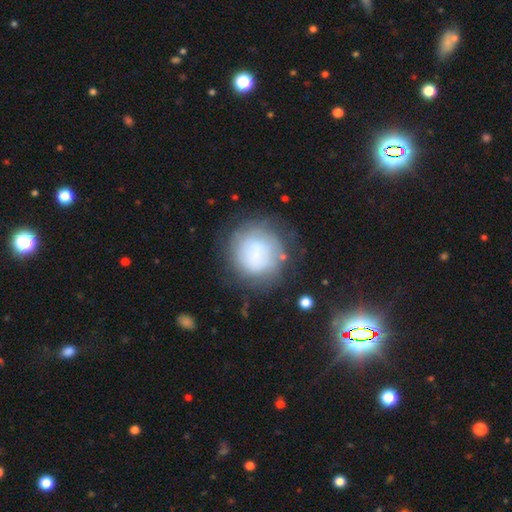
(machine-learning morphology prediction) smooth 56%, featured or disk 34%, star or artifact 11%. Down the decision tree: how rounded — round (87%); merging — none (64%).